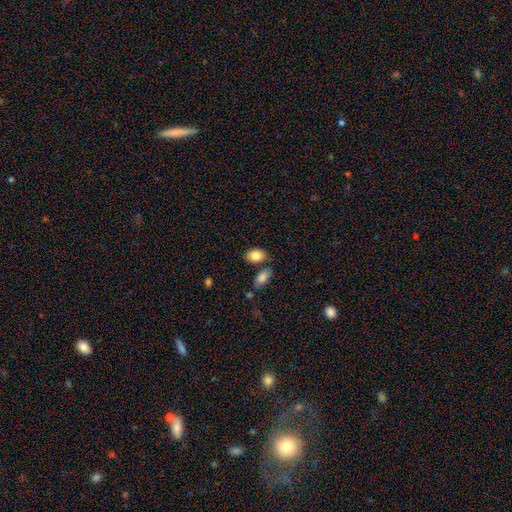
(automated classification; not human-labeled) smooth-or-featured: smooth: 85% | featured or disk: 7% | star or artifact: 7%
  how-rounded: in between: 86% | round: 12% | cigar-shaped: 1%
  merging: none: 70% | merger: 14% | minor disturbance: 13% | major disturbance: 3%